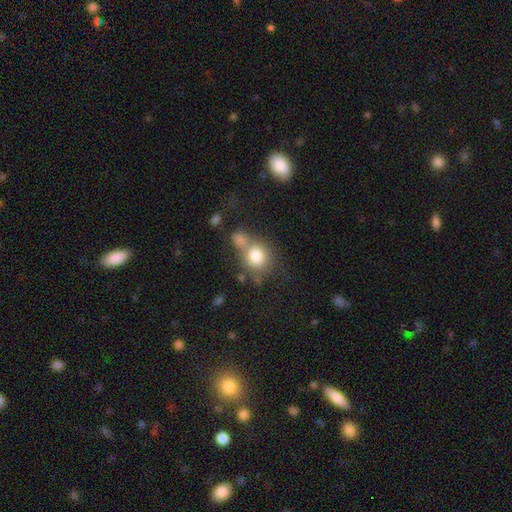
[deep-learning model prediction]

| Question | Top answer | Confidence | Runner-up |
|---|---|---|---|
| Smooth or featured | smooth | 79% | featured or disk (11%) |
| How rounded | round | 77% | in between (22%) |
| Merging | none | 41% | merger (38%) |